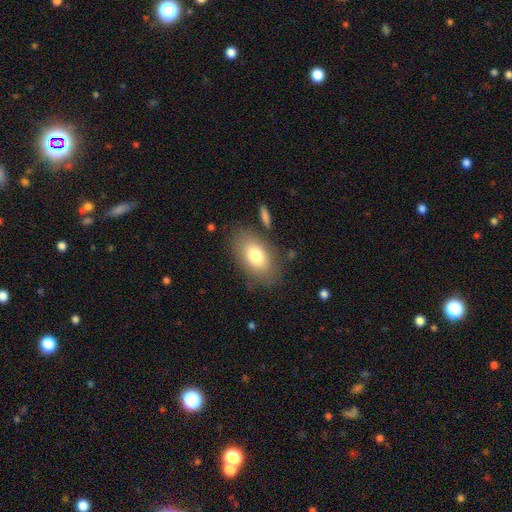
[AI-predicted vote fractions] A smooth galaxy with no disk features (78%) that is in between round and cigar-shaped (90%).

Vote fractions:
- Smooth or featured? smooth: 78% / featured or disk: 14% / star or artifact: 8%
- How rounded? in between: 90% / round: 8% / cigar-shaped: 2%
- Merging? none: 79% / minor disturbance: 13% / major disturbance: 5% / merger: 3%